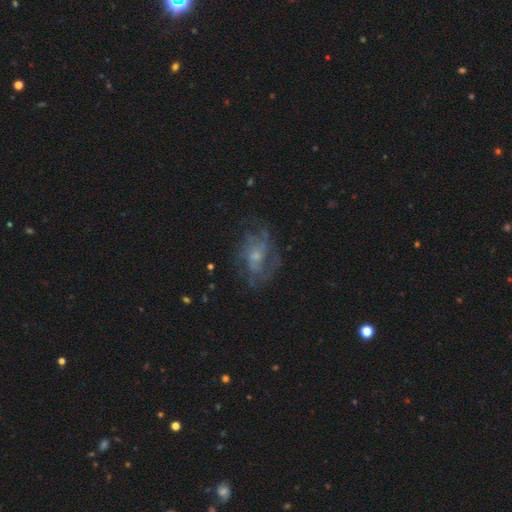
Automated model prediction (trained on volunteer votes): Overall: featured or disk (70%). Edge-on disk: no (96%). Bar: no (67%; weak 28%). Spiral arms: yes (76%). Spiral arm count: can't tell (43%; 2 20%). Spiral winding: medium (44%; tight 31%). Bulge size: small (50%; moderate 37%). Merging: none (62%).